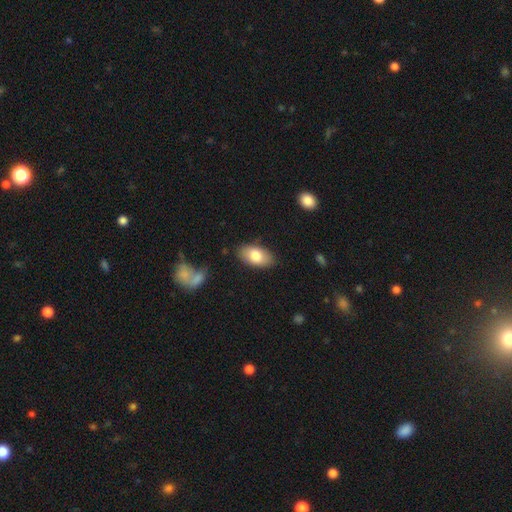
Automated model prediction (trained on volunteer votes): A smooth galaxy with no disk features (79%) that is in between round and cigar-shaped (93%). Merging: none (82%).